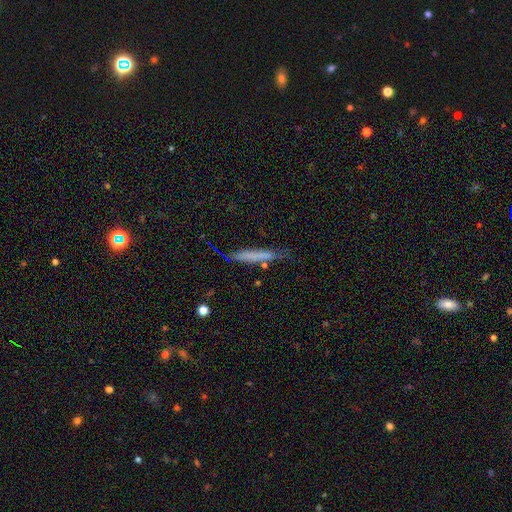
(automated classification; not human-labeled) smooth-or-featured: smooth: 61% | featured or disk: 31% | star or artifact: 8%
  how-rounded: cigar-shaped: 93% | in between: 6% | round: 2%
  merging: none: 67% | minor disturbance: 23% | major disturbance: 6% | merger: 4%